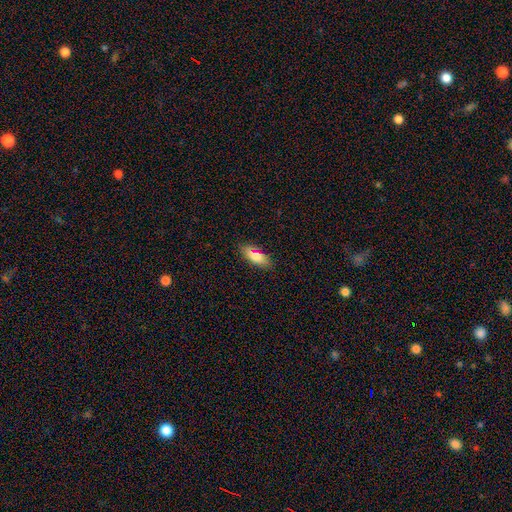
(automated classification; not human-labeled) Overall: smooth (78%). How rounded: in between (74%). Merging: none (83%).